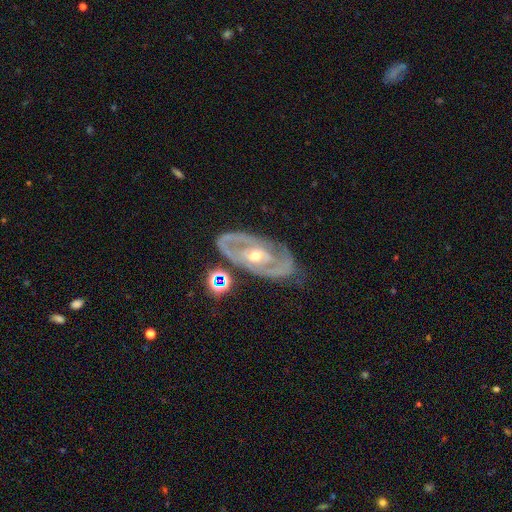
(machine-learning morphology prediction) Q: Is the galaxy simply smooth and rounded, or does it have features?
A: featured or disk — 86%.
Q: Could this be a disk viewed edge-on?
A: no — 94%.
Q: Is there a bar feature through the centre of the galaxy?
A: no — 52%.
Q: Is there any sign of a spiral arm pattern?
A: yes — 81%.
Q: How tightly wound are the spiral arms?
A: tight — 49%.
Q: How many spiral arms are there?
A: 2 — 70%.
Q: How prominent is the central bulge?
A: moderate — 61%.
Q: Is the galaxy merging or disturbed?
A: none — 71%.